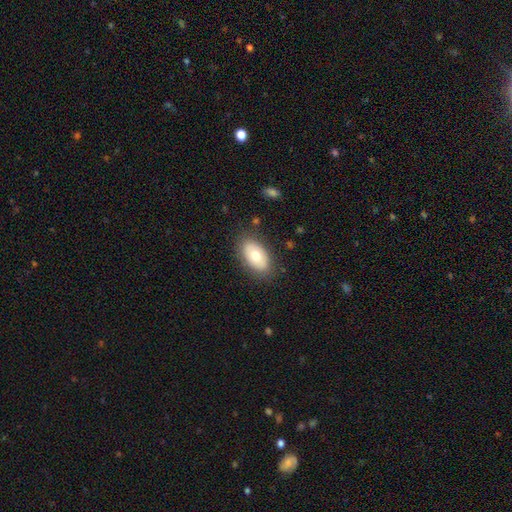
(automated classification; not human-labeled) smooth_or_featured: smooth (p=0.69) [alt: featured or disk p=0.24]
how_rounded: in between (p=0.93) [alt: round p=0.05]
merging: none (p=0.83) [alt: minor disturbance p=0.12]